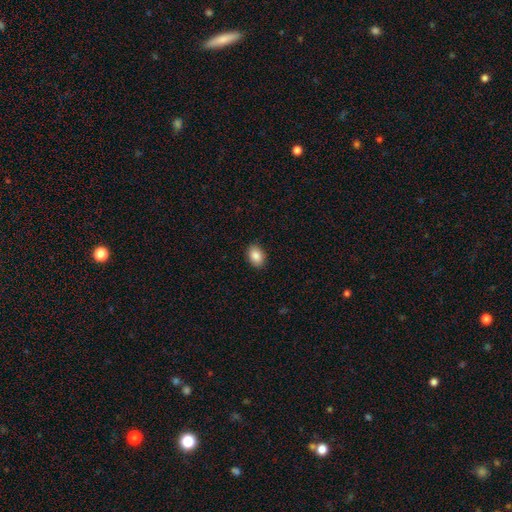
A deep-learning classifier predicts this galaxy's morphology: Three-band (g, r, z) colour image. It shows a smooth galaxy with no disk features (88%) that is in between round and cigar-shaped (81%). Merging: none (90%).